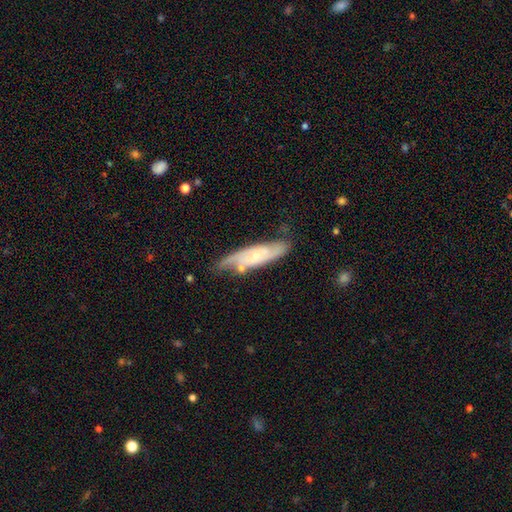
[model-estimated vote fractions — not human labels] Q: Smooth or featured?
A: featured or disk (67%); runner-up: smooth (27%)
Q: Edge-on disk?
A: no (74%); runner-up: yes (26%)
Q: Merging?
A: none (63%); runner-up: minor disturbance (25%)